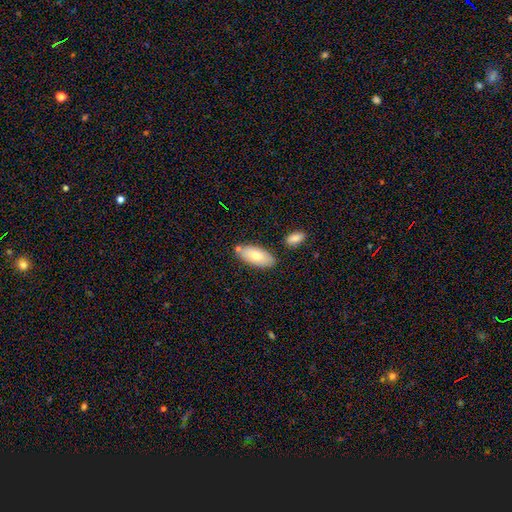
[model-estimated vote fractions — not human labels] Smooth or featured?
  - smooth: 73% *
  - featured or disk: 21%
  - star or artifact: 6%
How rounded?
  - in between: 90% *
  - cigar-shaped: 7%
  - round: 2%
Merging?
  - none: 78% *
  - minor disturbance: 13%
  - merger: 7%
  - major disturbance: 3%